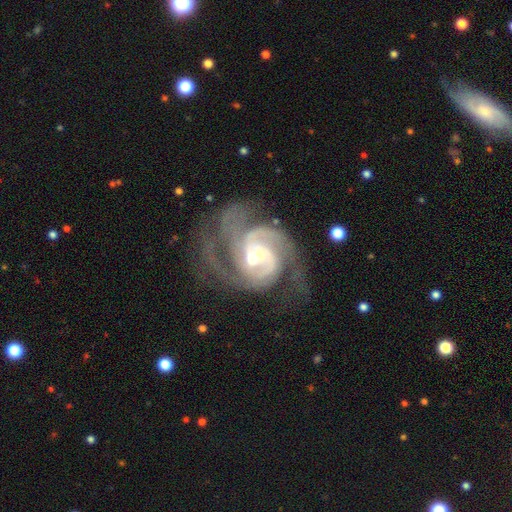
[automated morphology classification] type=featured or disk (91%); edge-on=no (98%); bar=no (52%); spiral arms=yes (98%); winding=medium (47%); arm count=2 (43%); bulge=small (55%); merging=none (47%).